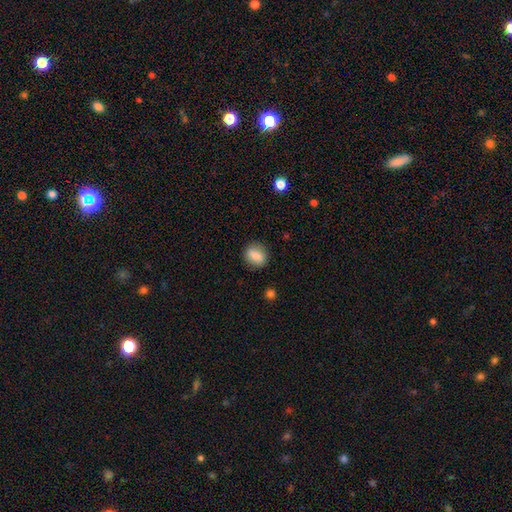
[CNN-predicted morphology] A smooth galaxy with no disk features (85%) that is round (51%). Merging: none (85%).